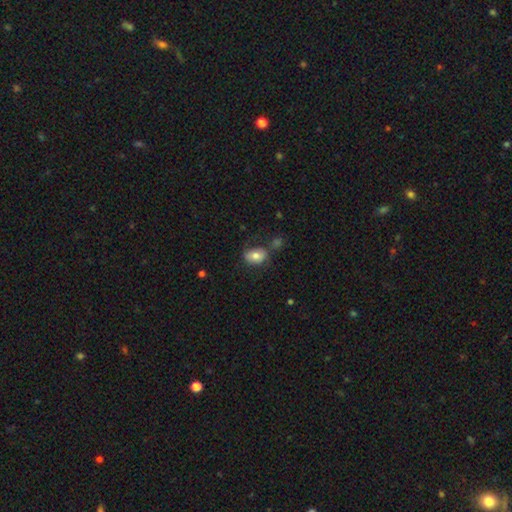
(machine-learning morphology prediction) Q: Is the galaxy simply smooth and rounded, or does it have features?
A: smooth — 76%.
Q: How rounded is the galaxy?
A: in between — 79%.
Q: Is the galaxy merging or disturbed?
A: none — 57%.